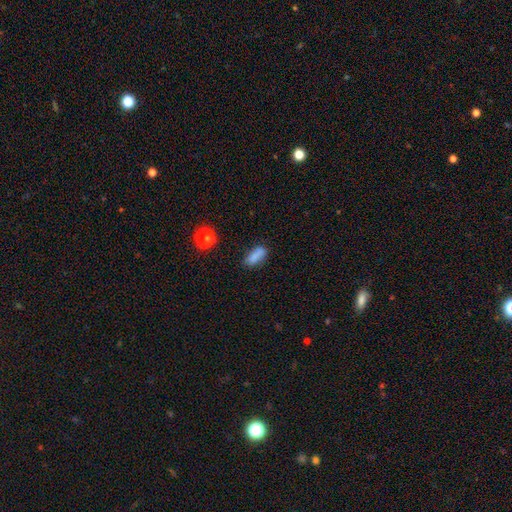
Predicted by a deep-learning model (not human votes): Smooth or featured? Predicted: smooth (p=0.80). How rounded? Predicted: in between (p=0.66). Merging? Predicted: none (p=0.68).